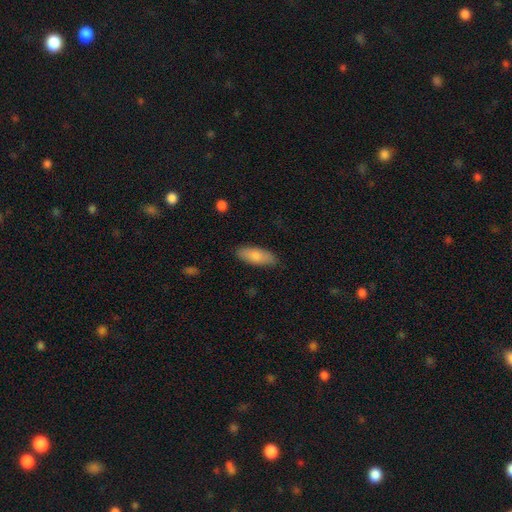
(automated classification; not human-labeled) The model was most divided on "how rounded": in between: 77%, cigar-shaped: 21%, round: 2%. More confident: merging — none (84%); smooth or featured — smooth (83%).